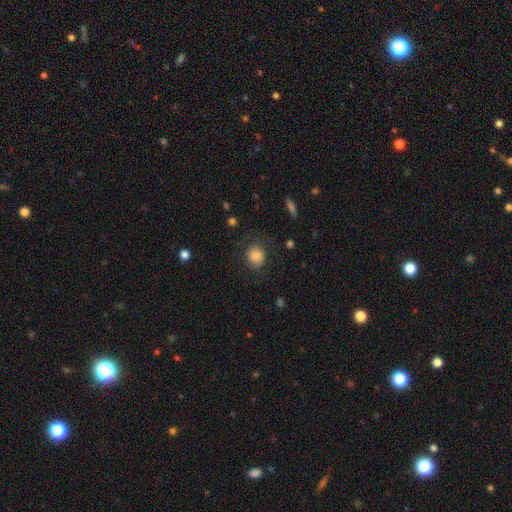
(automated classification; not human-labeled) The model was most divided on "merging": none: 69%, minor disturbance: 18%, major disturbance: 11%, merger: 1%. More confident: smooth or featured — smooth (81%); how rounded — round (80%).